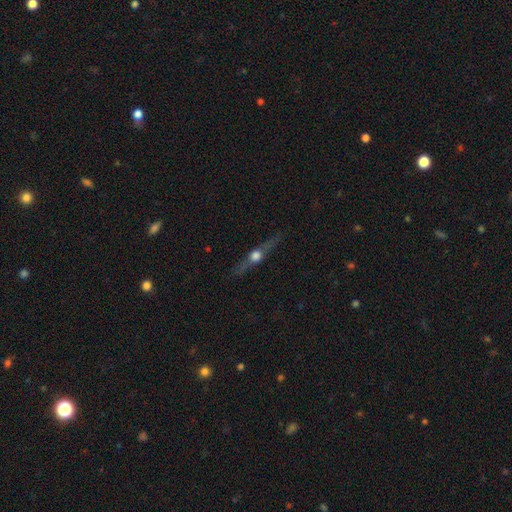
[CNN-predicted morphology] Smooth or featured? Predicted: featured or disk (p=0.76). Edge-on disk? Predicted: yes (p=0.96). Edge-on bulge? Predicted: rounded (p=0.95). Merging? Predicted: none (p=0.86).